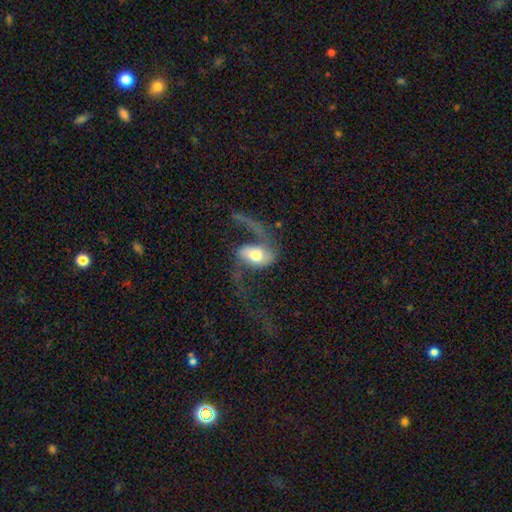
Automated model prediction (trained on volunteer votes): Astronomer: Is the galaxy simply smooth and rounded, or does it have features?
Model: featured or disk — 63%.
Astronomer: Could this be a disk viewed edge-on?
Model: no — 93%.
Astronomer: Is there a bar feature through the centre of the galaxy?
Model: no — 50% (runner-up: weak, 33%).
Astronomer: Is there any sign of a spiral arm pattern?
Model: yes — 79%.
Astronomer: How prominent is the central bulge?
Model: moderate — 61%.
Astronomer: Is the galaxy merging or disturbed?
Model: major disturbance — 51% (runner-up: none, 29%).